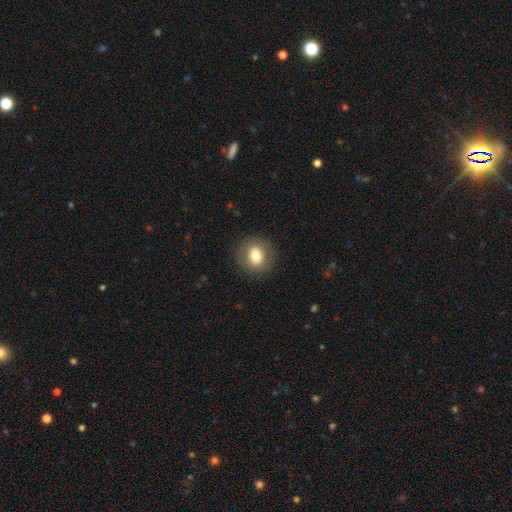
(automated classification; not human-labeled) Smooth or featured? Predicted: smooth (p=0.76). How rounded? Predicted: round (p=0.77). Merging? Predicted: none (p=0.88).